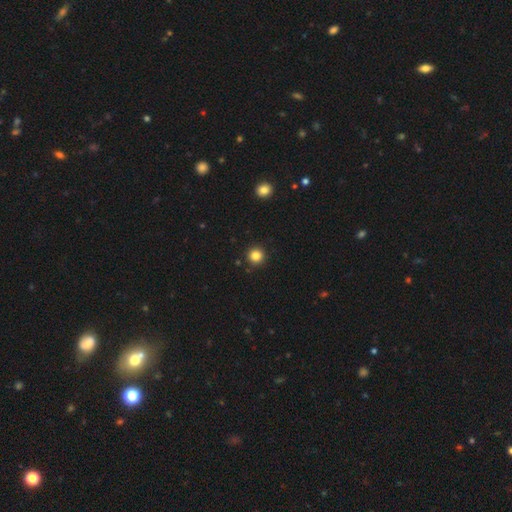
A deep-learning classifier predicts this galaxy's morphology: A smooth galaxy with no disk features (83%) that is round (95%). Merging: none (91%).